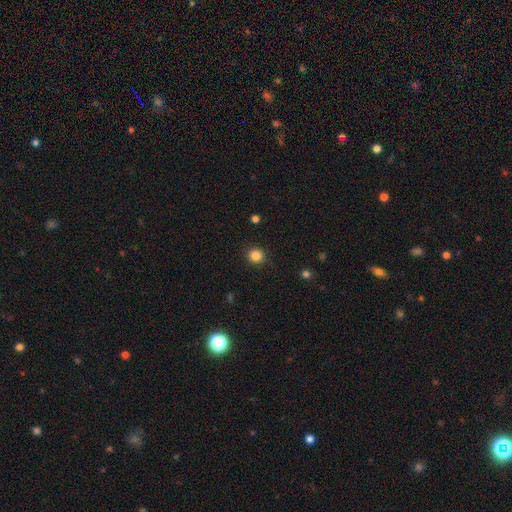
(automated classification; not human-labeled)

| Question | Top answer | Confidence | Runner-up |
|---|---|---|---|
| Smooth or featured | smooth | 84% | star or artifact (12%) |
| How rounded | round | 92% | in between (7%) |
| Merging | none | 91% | minor disturbance (6%) |